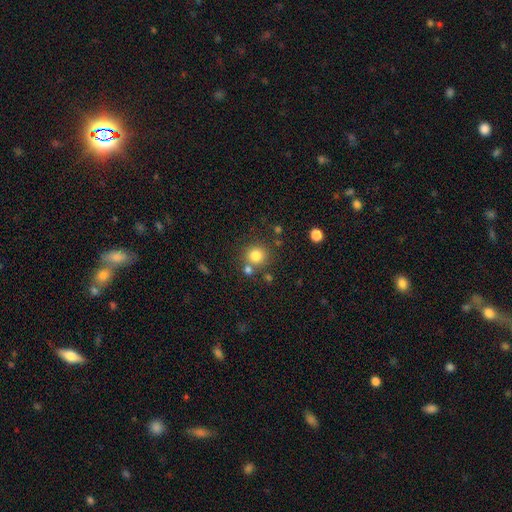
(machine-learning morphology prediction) Smooth or featured? smooth (80%)
How rounded? round (91%)
Merging? none (73%)